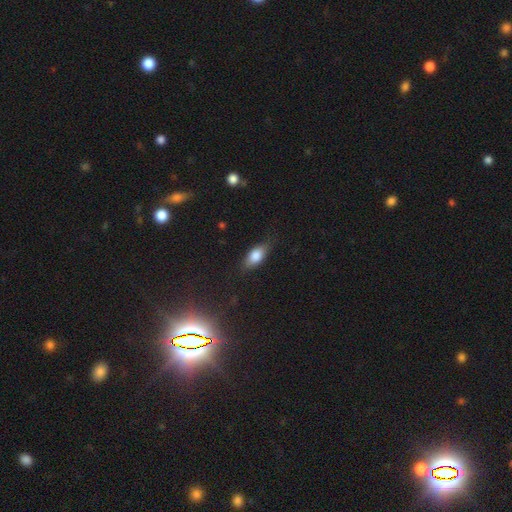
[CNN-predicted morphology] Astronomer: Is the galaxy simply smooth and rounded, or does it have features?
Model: smooth — 77%.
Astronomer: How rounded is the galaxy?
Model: in between — 84%.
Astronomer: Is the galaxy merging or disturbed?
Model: none — 75%.